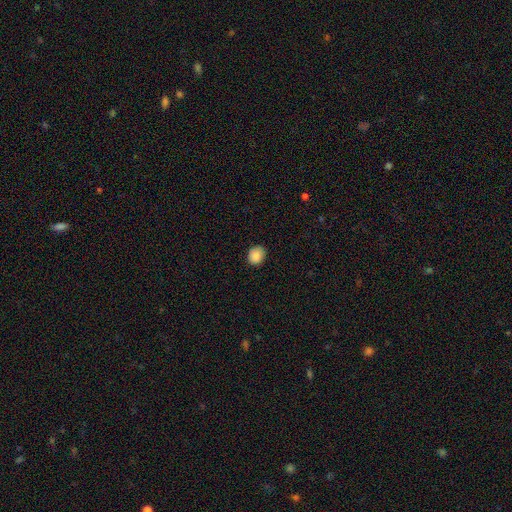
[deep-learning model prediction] A smooth galaxy with no disk features (87%) that is round (67%).

Vote fractions:
- Smooth or featured? smooth: 87% / star or artifact: 9% / featured or disk: 5%
- How rounded? round: 67% / in between: 33% / cigar-shaped: 1%
- Merging? none: 87% / minor disturbance: 10% / major disturbance: 2% / merger: 1%